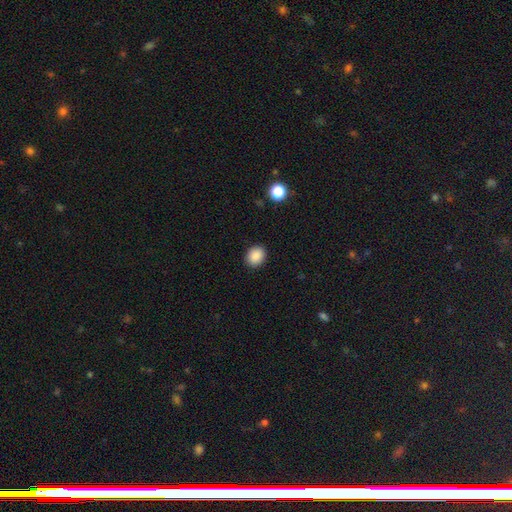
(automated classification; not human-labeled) A smooth galaxy with no disk features (88%) that is round (57%).

Vote fractions:
- Smooth or featured? smooth: 88% / star or artifact: 9% / featured or disk: 3%
- How rounded? round: 57% / in between: 43% / cigar-shaped: 1%
- Merging? none: 90% / minor disturbance: 7% / major disturbance: 2% / merger: 1%